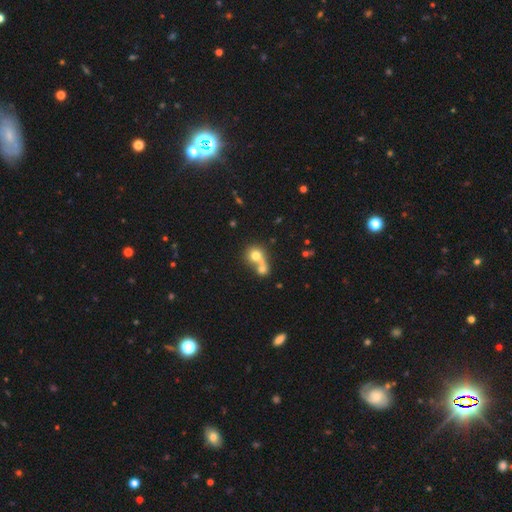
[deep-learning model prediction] Overall: smooth (71%). How rounded: round (79%). Merging: merger (65%).